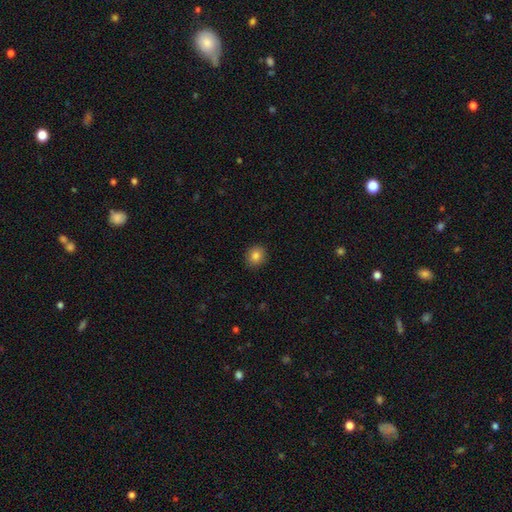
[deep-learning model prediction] This appears to be a smooth galaxy with no disk features (83%) that is round (84%). Merging: none (91%).